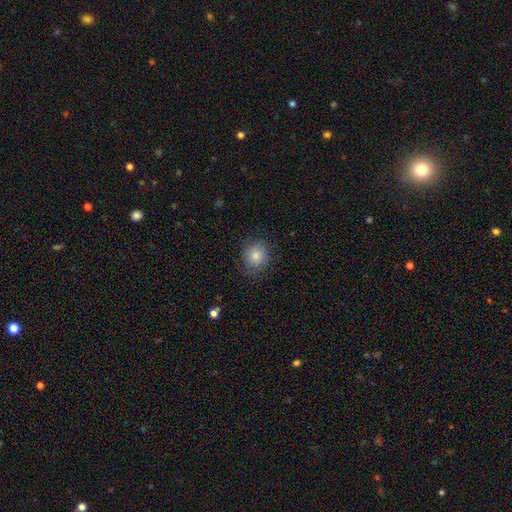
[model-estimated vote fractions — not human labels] smooth 75%, featured or disk 13%, star or artifact 12%. Down the decision tree: how rounded — round (86%); merging — none (82%).